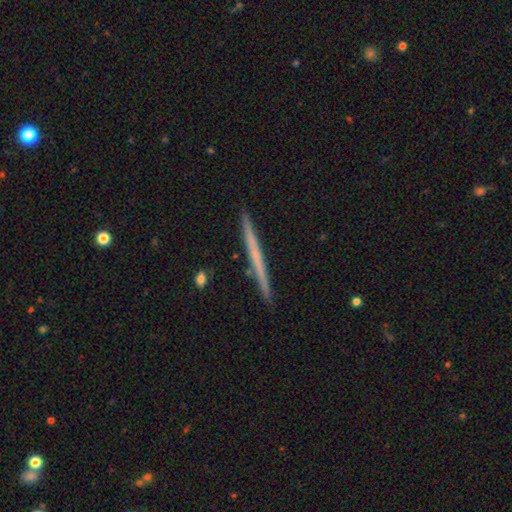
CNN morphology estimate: Smooth or featured: featured or disk — 53% (smooth — 42%)
Edge-on disk: yes — 98% (no — 2%)
Edge-on bulge: none — 91% (rounded — 7%)
Merging: none — 92% (minor disturbance — 5%)